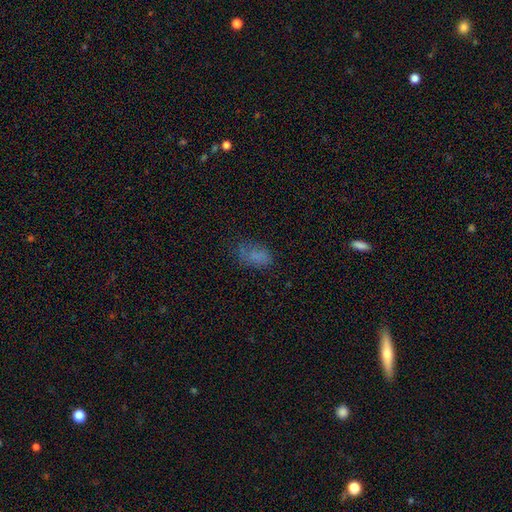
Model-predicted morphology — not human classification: A smooth galaxy with no disk features (71%) that is in between round and cigar-shaped (88%). Merging: none (56%).